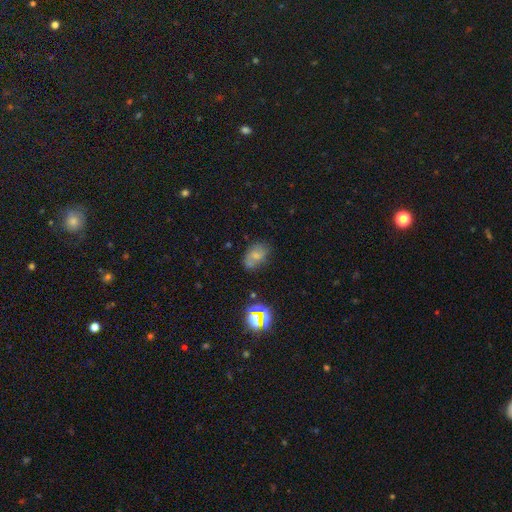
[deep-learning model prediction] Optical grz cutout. It shows a smooth galaxy with no disk features (57%) that is in between round and cigar-shaped (82%). Merging: none (58%).